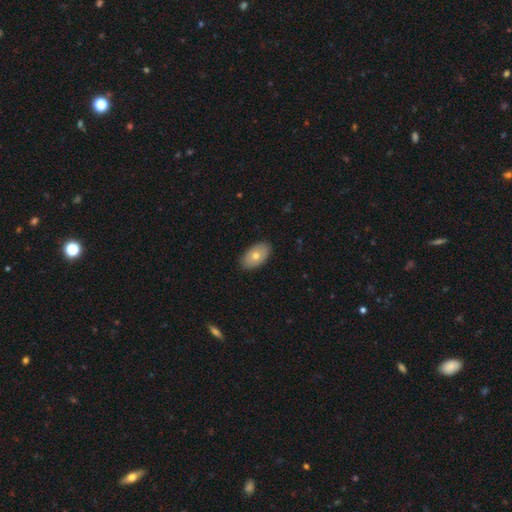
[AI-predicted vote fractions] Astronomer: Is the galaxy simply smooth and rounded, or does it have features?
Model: smooth — 68%.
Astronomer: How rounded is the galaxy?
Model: in between — 93%.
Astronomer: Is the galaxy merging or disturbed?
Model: none — 88%.